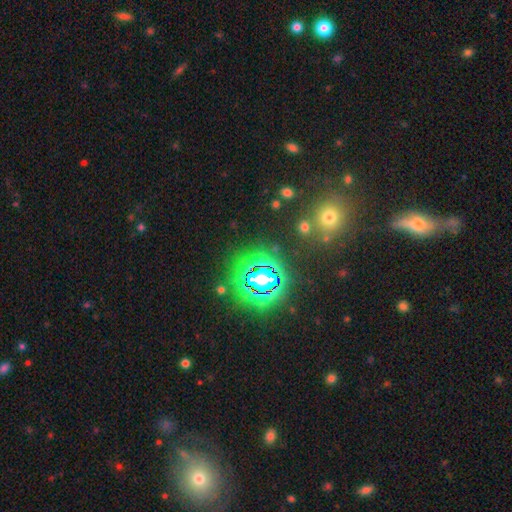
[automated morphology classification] Q: Smooth or featured?
A: star or artifact (79%); runner-up: smooth (13%)